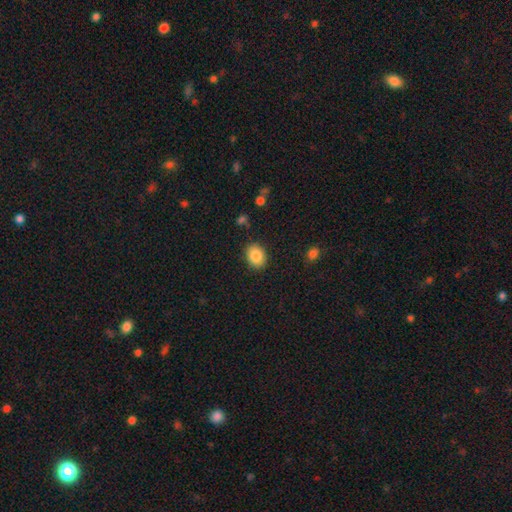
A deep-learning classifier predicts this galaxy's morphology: type=smooth (86%); roundness=in between (62%); merging=none (87%).